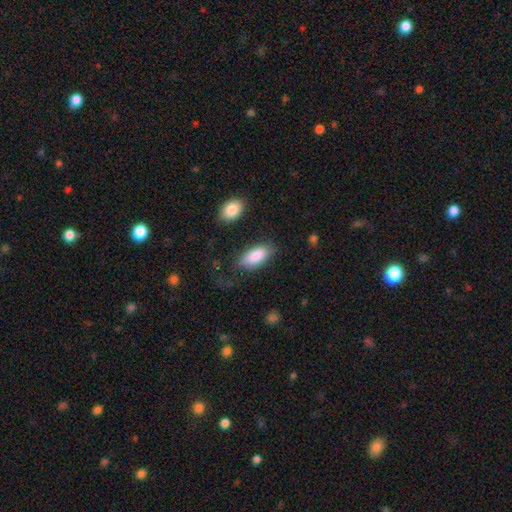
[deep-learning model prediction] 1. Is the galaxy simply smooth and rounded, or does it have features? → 86% smooth, 8% featured or disk, 6% star or artifact.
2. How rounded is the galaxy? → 90% in between, 8% cigar-shaped, 2% round.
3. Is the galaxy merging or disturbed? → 73% none, 18% minor disturbance, 7% major disturbance, 3% merger.